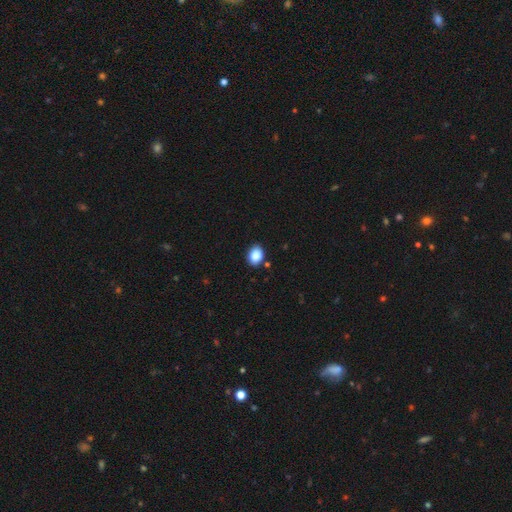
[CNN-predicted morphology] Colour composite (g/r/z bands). It shows a smooth galaxy with no disk features (88%) that is in between round and cigar-shaped (66%). Merging: none (83%).